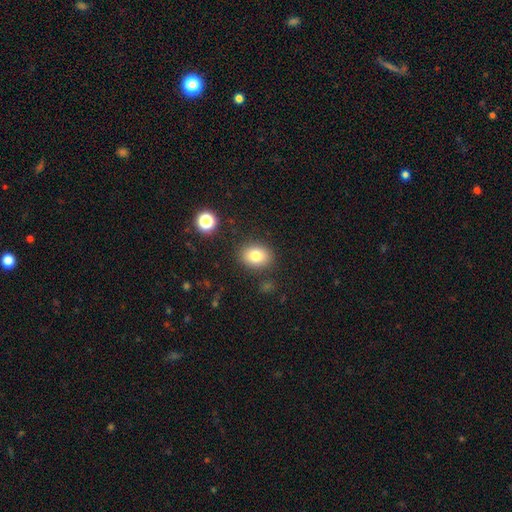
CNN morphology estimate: A smooth galaxy with no disk features (80%) that is in between round and cigar-shaped (60%). Merging: none (85%).